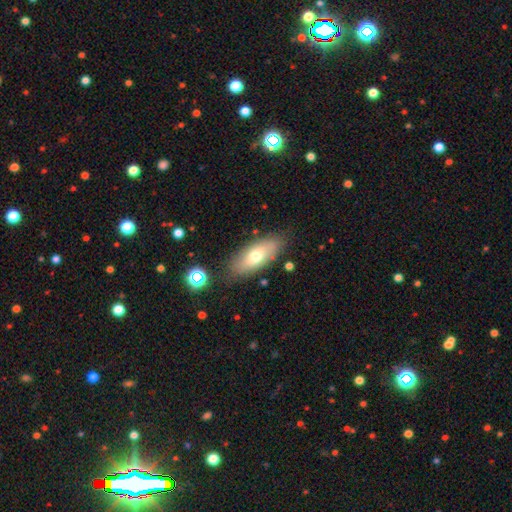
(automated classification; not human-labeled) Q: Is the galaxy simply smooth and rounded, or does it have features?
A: smooth — 65%.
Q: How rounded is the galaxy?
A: in between — 78%.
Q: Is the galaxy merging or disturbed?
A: none — 81%.